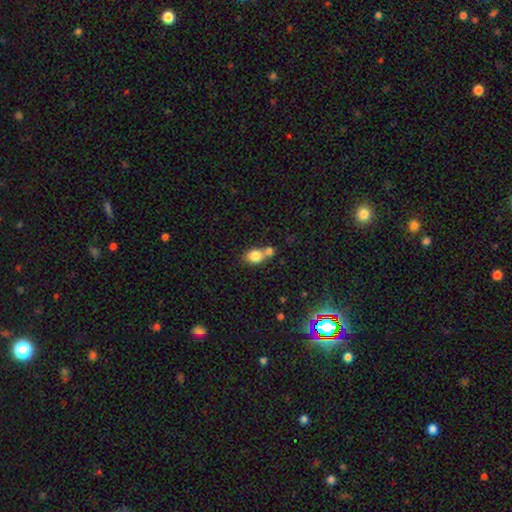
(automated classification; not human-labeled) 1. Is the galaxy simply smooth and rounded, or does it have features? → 80% smooth, 10% featured or disk, 9% star or artifact.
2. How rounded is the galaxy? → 56% in between, 43% round, 2% cigar-shaped.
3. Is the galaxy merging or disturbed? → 49% merger, 36% none, 10% minor disturbance, 4% major disturbance.